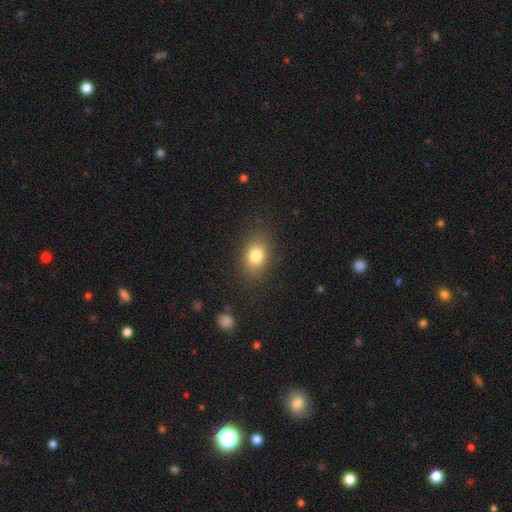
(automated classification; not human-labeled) Smooth or featured: smooth — 79% (star or artifact — 11%)
How rounded: in between — 70% (round — 29%)
Merging: none — 83% (minor disturbance — 12%)